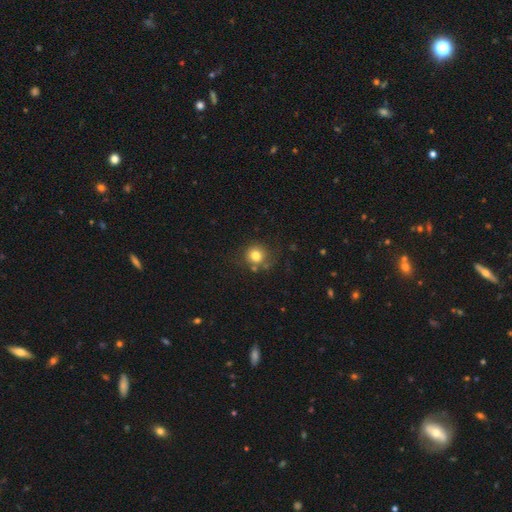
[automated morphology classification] Smooth or featured: smooth — 79% (star or artifact — 12%)
How rounded: round — 89% (in between — 10%)
Merging: none — 72% (minor disturbance — 14%)